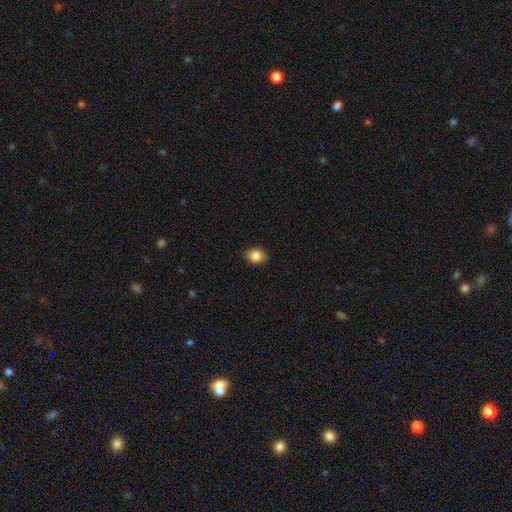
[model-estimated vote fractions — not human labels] This is clearly a smooth galaxy (86%). How rounded: possibly in between (59%). Merging: clearly none (87%).